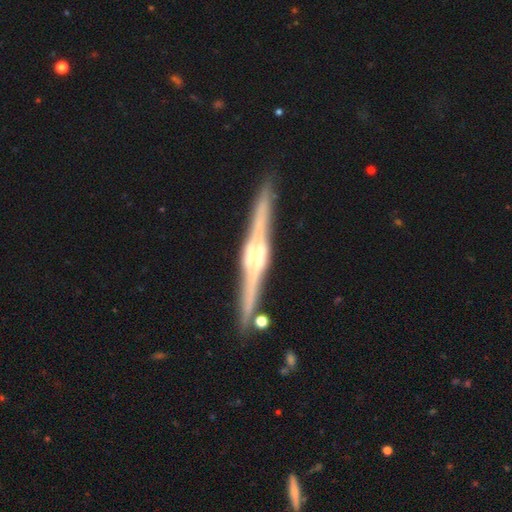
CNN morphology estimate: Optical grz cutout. It shows a featured or disk galaxy (88%) viewed edge-on (98%) with a rounded central bulge (52%). Merging: none (89%).